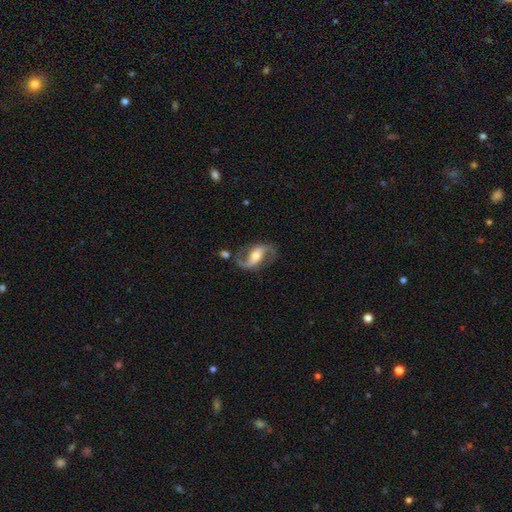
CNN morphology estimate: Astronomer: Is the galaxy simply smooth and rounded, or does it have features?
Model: featured or disk — 86%.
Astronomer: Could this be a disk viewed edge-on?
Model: no — 97%.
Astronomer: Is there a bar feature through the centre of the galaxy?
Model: weak — 37% (runner-up: strong, 35%).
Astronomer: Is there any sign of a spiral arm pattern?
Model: yes — 95%.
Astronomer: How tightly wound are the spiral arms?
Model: loose — 50% (runner-up: medium, 40%).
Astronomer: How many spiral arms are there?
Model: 2 — 90%.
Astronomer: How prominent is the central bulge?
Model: moderate — 56%.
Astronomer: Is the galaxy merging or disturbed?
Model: none — 70%.